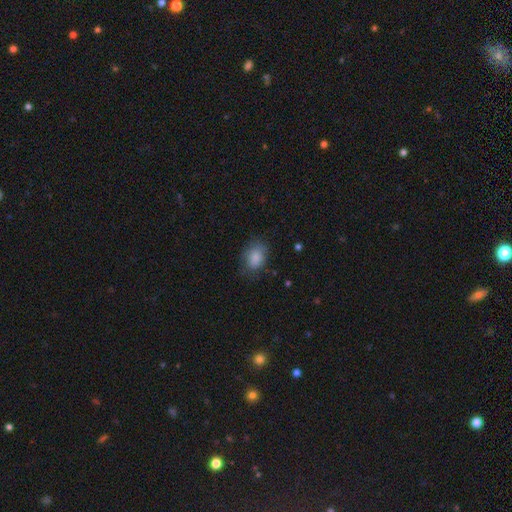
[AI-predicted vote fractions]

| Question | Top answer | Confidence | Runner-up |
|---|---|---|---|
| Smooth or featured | smooth | 82% | star or artifact (9%) |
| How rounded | in between | 72% | round (27%) |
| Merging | none | 70% | minor disturbance (22%) |